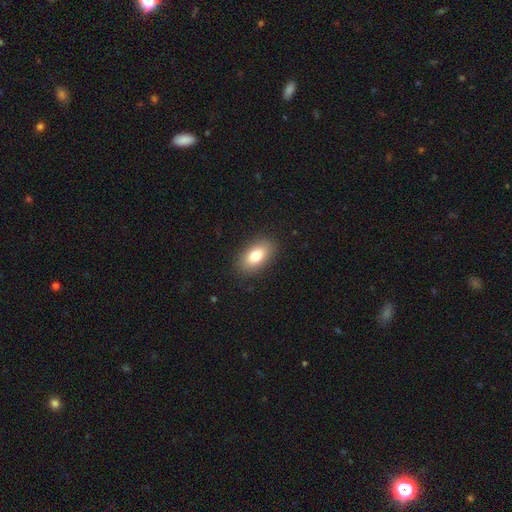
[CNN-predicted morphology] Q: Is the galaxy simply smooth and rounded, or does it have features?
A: smooth — 81%.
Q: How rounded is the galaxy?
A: in between — 91%.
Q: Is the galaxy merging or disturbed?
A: none — 88%.